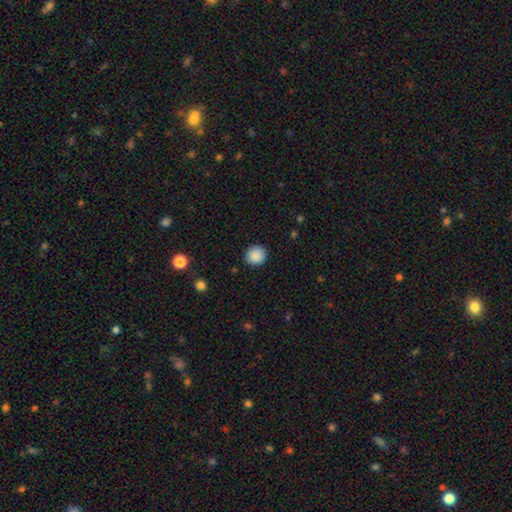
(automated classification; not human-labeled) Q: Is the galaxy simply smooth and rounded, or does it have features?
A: smooth — 89%.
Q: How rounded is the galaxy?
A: round — 91%.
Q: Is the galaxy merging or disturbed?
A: none — 90%.